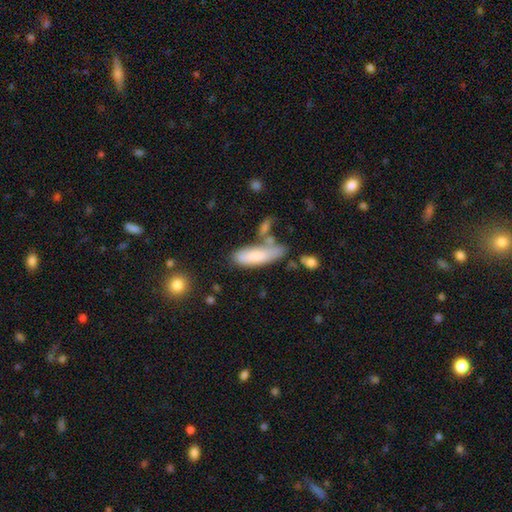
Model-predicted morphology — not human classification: Q: Smooth or featured?
A: smooth (75%); runner-up: featured or disk (19%)
Q: How rounded?
A: in between (52%); runner-up: cigar-shaped (46%)
Q: Merging?
A: none (52%); runner-up: minor disturbance (23%)